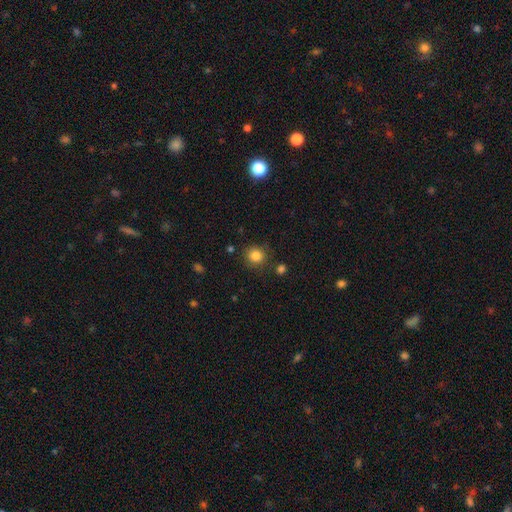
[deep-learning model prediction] This is clearly a smooth galaxy (84%). How rounded: clearly round (89%). Merging: clearly none (84%).